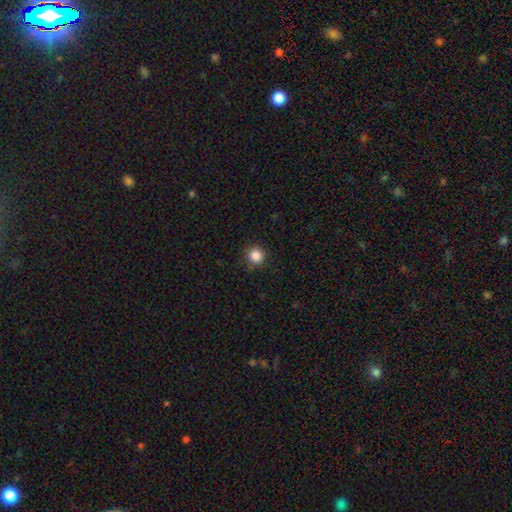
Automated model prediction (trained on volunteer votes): Smooth or featured: smooth — 85% (star or artifact — 11%)
How rounded: round — 95% (in between — 4%)
Merging: none — 89% (minor disturbance — 7%)